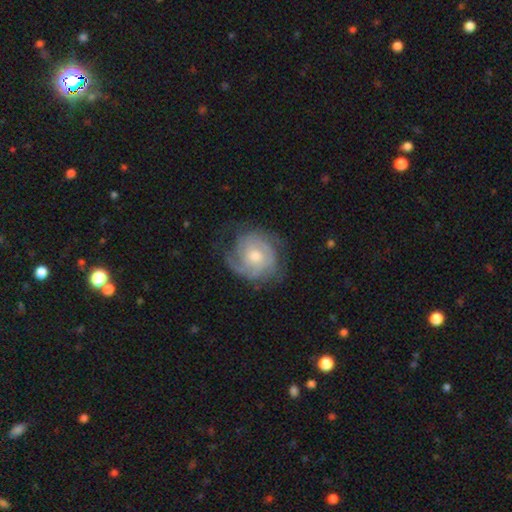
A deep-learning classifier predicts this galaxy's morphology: Smooth or featured: featured or disk — 81% (smooth — 14%)
Edge-on disk: no — 98% (yes — 2%)
Bar: no — 73% (weak — 23%)
Spiral arms: yes — 95% (no — 5%)
Spiral winding: tight — 62% (medium — 30%)
Spiral arm count: can't tell — 28% (3 — 27%)
Bulge size: moderate — 62% (small — 31%)
Merging: none — 70% (minor disturbance — 20%)